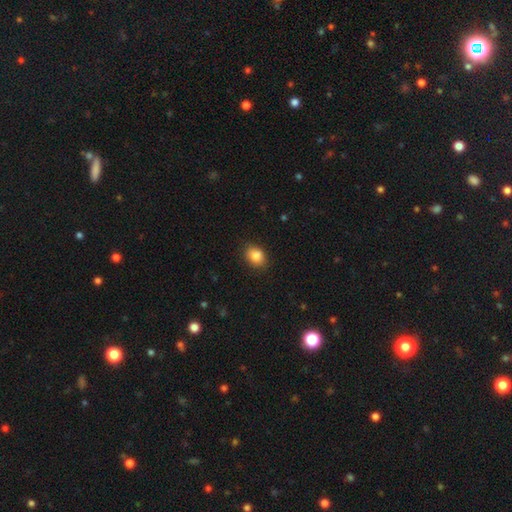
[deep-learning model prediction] smooth_or_featured: smooth (p=0.86) [alt: star or artifact p=0.09]
how_rounded: in between (p=0.63) [alt: round p=0.36]
merging: none (p=0.83) [alt: minor disturbance p=0.13]